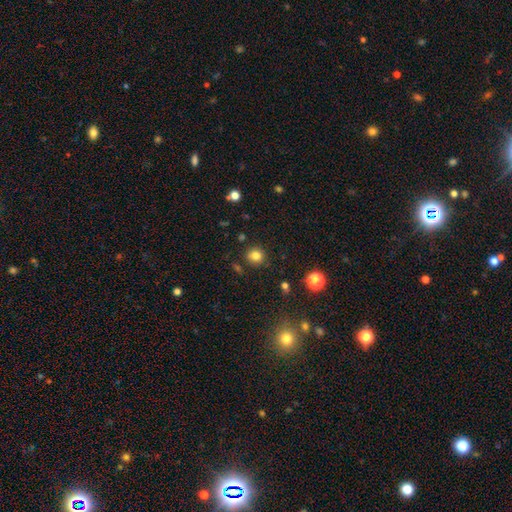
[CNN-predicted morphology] This is likely a smooth galaxy (80%). How rounded: clearly round (87%). Merging: clearly none (85%).